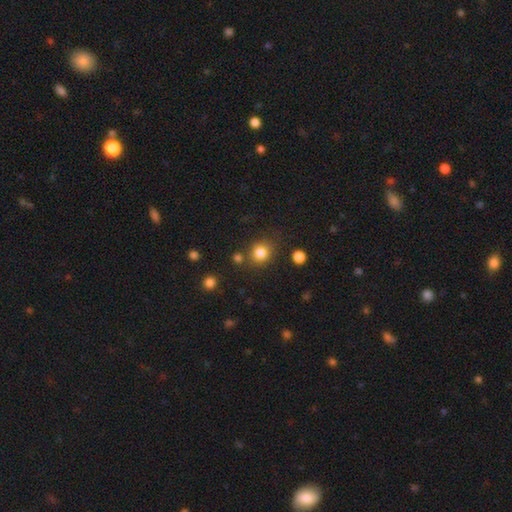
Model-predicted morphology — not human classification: The model was most divided on "smooth or featured": smooth: 75%, star or artifact: 19%, featured or disk: 6%. More confident: how rounded — round (84%); merging — none (81%).